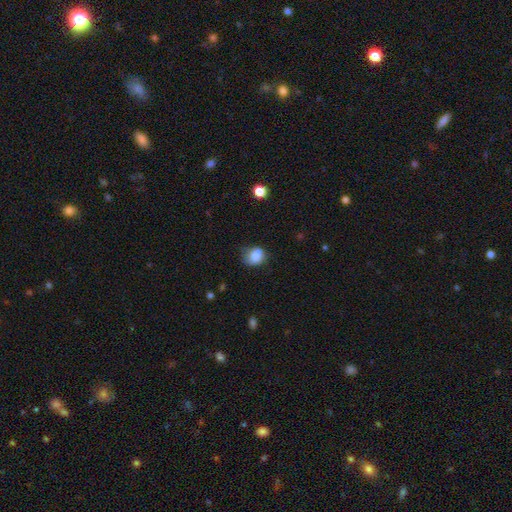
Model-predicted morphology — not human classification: This is clearly a smooth galaxy (82%). How rounded: possibly round (54%). Merging: possibly none (51%).